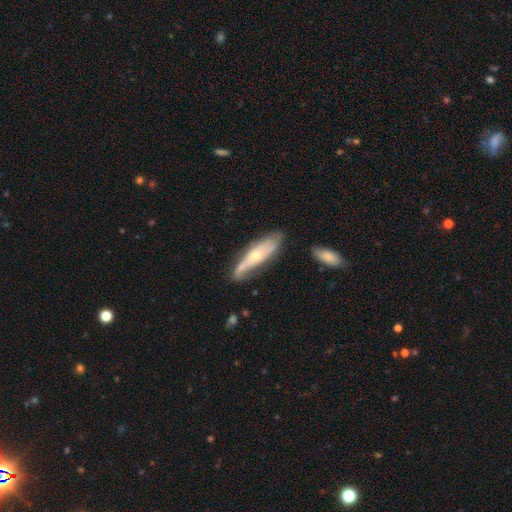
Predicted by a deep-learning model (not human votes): A featured or disk galaxy (59%). Merging: none (59%).